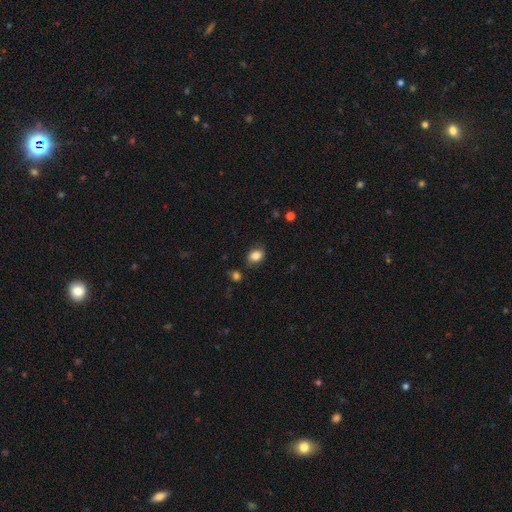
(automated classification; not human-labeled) Morphology: type=smooth (85%); roundness=in between (61%); merging=none (77%).